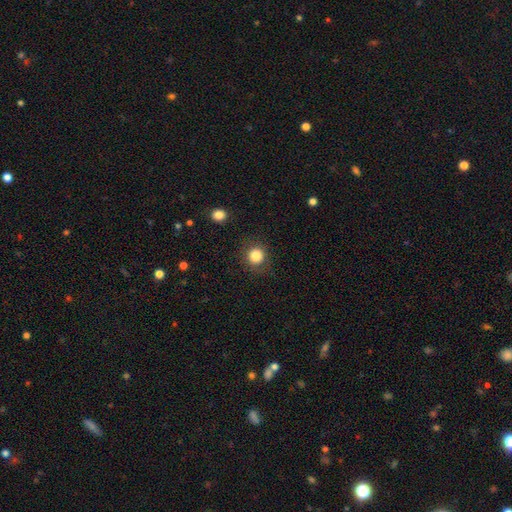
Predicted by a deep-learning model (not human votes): Morphology: type=smooth (83%); roundness=round (89%); merging=none (85%).